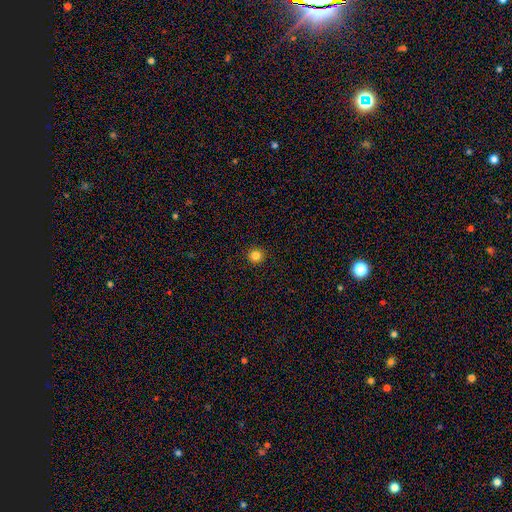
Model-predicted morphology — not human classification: smooth 83%, star or artifact 12%, featured or disk 4%. Down the decision tree: how rounded — round (95%); merging — none (94%).